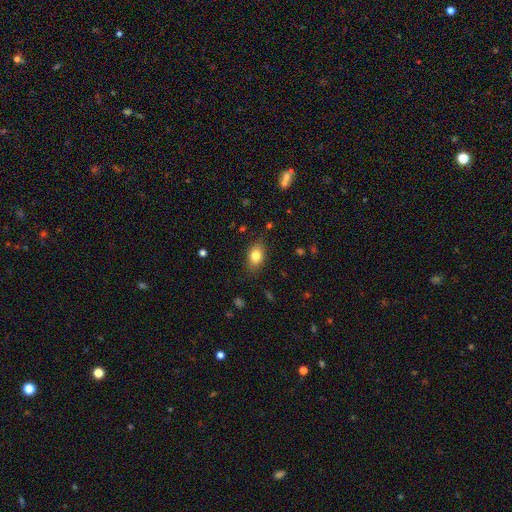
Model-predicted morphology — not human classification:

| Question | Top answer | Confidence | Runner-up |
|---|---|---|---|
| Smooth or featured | smooth | 81% | featured or disk (11%) |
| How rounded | in between | 81% | round (16%) |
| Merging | none | 82% | minor disturbance (14%) |